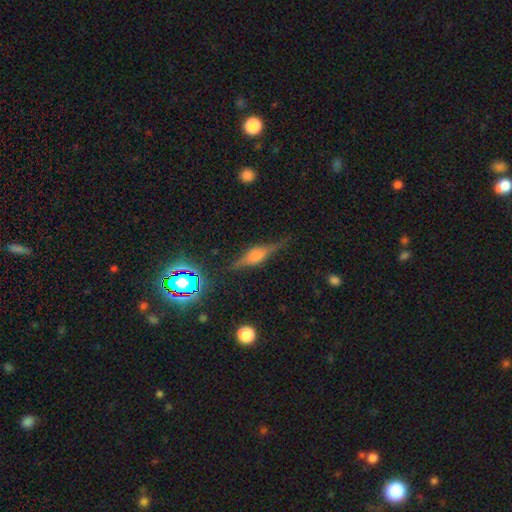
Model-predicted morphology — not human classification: A featured or disk galaxy (69%) viewed edge-on (95%) with a rounded central bulge (82%). Merging: none (83%).